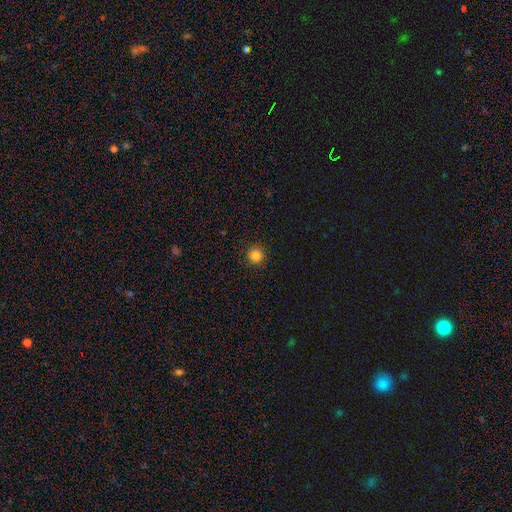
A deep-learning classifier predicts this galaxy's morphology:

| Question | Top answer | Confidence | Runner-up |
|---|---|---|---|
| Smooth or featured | smooth | 84% | star or artifact (12%) |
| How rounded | round | 95% | in between (4%) |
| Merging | none | 92% | minor disturbance (5%) |